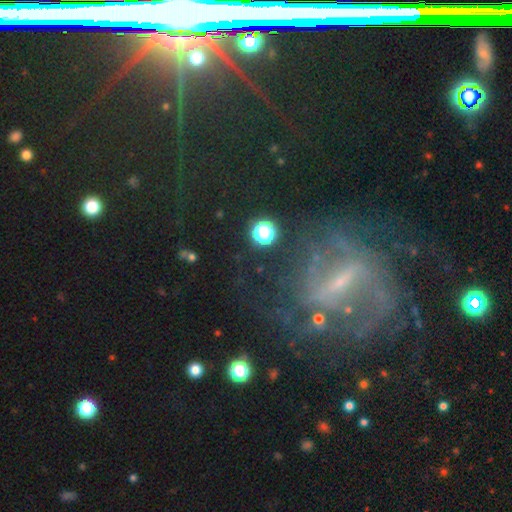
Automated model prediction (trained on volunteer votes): smooth_or_featured: featured or disk (p=0.61) [alt: star or artifact p=0.26]
disk_edge_on: no (p=0.86) [alt: yes p=0.14]
bar: strong (p=0.52) [alt: weak p=0.33]
has_spiral_arms: yes (p=0.82) [alt: no p=0.18]
bulge_size: small (p=0.59) [alt: moderate p=0.22]
merging: none (p=0.65) [alt: major disturbance p=0.16]